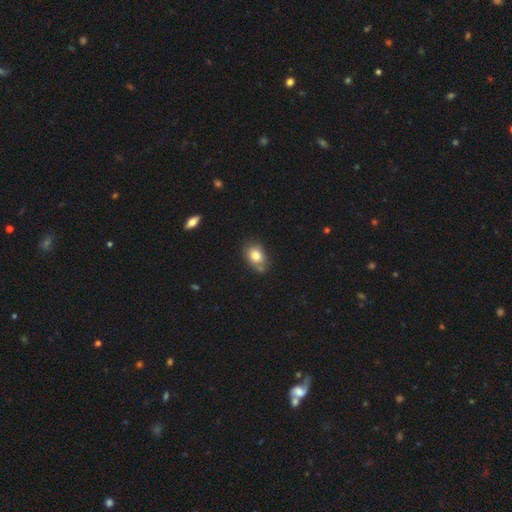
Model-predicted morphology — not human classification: Smooth or featured? smooth (80%)
How rounded? in between (71%)
Merging? none (64%)